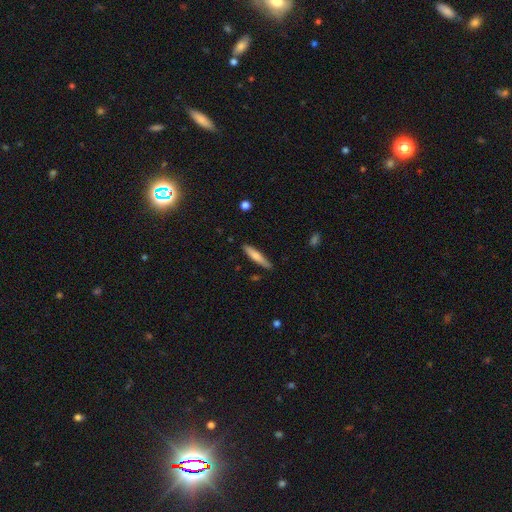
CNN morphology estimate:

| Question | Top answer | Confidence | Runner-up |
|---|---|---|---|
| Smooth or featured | smooth | 67% | featured or disk (28%) |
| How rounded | cigar-shaped | 88% | in between (10%) |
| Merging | none | 86% | minor disturbance (11%) |